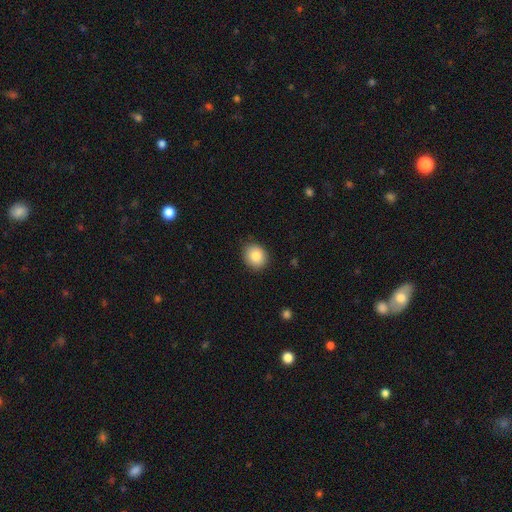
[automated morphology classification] Smooth or featured: smooth — 85% (star or artifact — 9%)
How rounded: round — 72% (in between — 27%)
Merging: none — 87% (minor disturbance — 10%)